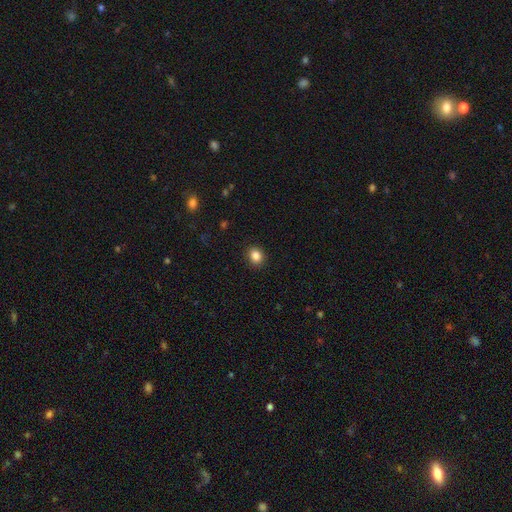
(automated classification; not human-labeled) Morphology: type=smooth (86%); roundness=round (61%); merging=none (91%).